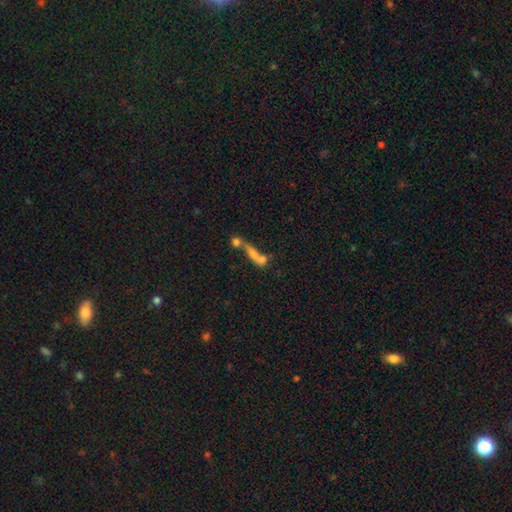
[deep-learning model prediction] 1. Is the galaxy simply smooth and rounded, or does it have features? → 57% smooth, 29% featured or disk, 15% star or artifact.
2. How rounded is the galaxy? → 51% cigar-shaped, 35% in between, 14% round.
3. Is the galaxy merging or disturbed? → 59% merger, 21% none, 11% major disturbance, 9% minor disturbance.